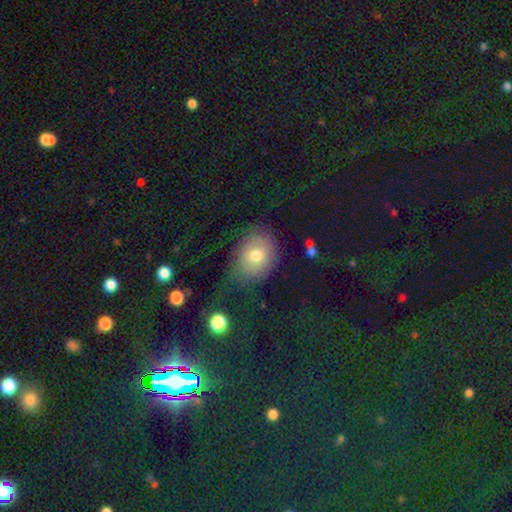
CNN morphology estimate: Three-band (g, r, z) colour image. It shows a smooth galaxy with no disk features (69%) that is in between round and cigar-shaped (61%). Merging: none (62%).